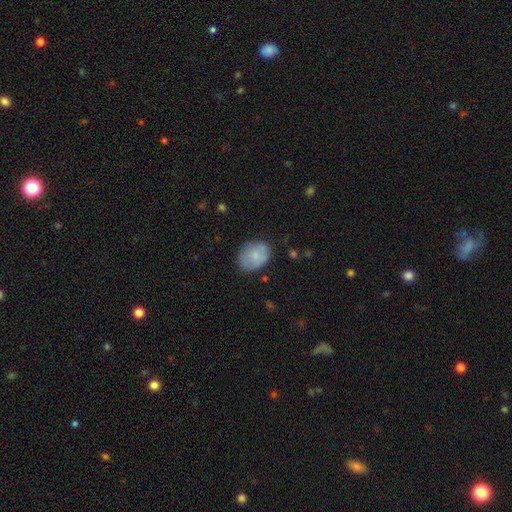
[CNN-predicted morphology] smooth-or-featured: smooth: 78% | featured or disk: 15% | star or artifact: 7%
  how-rounded: in between: 58% | round: 41% | cigar-shaped: 1%
  merging: none: 72% | minor disturbance: 20% | major disturbance: 6% | merger: 2%